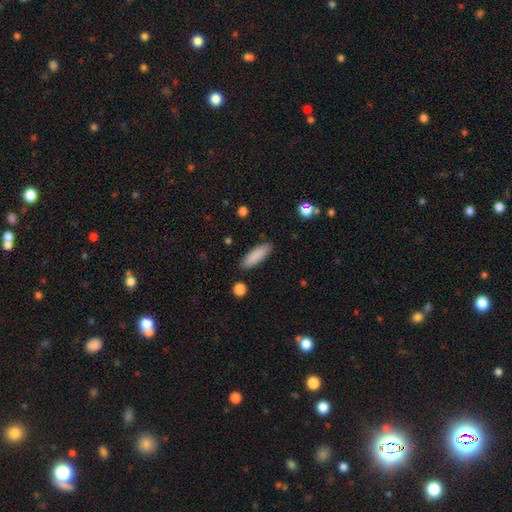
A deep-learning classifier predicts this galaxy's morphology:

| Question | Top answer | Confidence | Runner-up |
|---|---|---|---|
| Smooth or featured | smooth | 87% | featured or disk (7%) |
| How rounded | cigar-shaped | 50% | in between (48%) |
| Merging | none | 88% | minor disturbance (9%) |